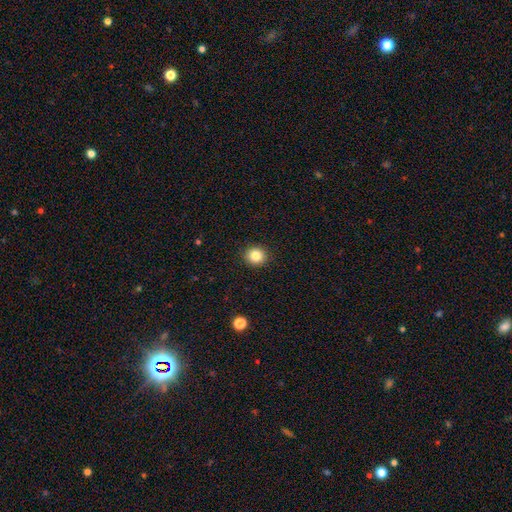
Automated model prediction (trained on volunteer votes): This appears to be a smooth galaxy with no disk features (83%) that is round (87%). Merging: none (92%).